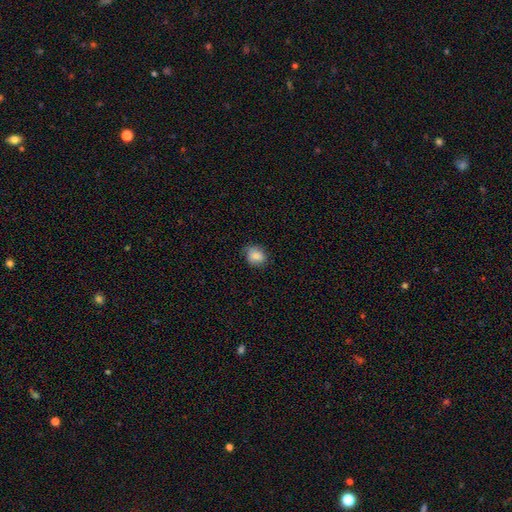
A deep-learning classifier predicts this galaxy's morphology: A smooth galaxy with no disk features (85%) that is round (52%). Merging: none (69%).